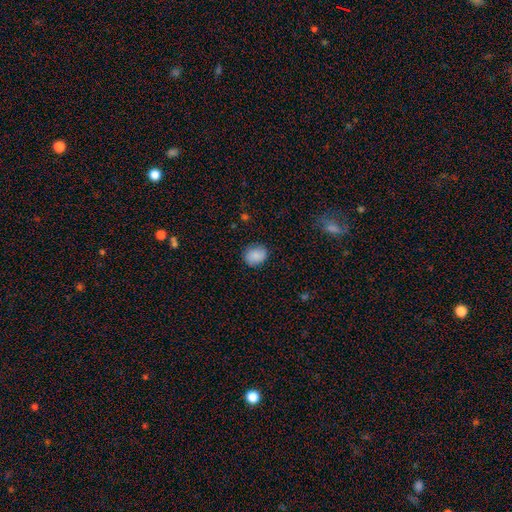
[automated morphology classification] A smooth galaxy with no disk features (88%) that is round (53%). Merging: none (83%).